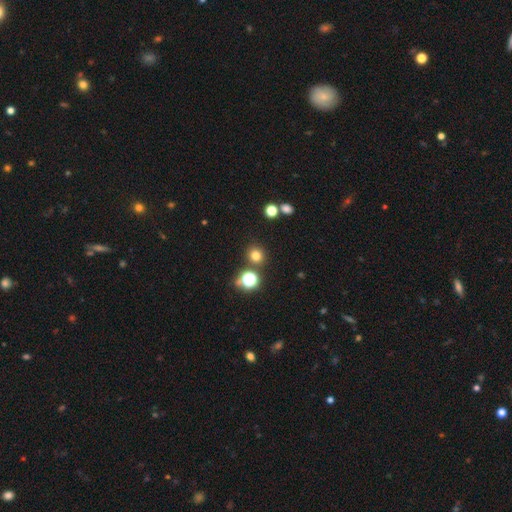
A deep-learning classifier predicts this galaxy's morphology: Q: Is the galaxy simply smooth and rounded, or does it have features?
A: smooth — 74%.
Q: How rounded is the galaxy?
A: round — 90%.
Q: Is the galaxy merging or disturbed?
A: none — 84%.